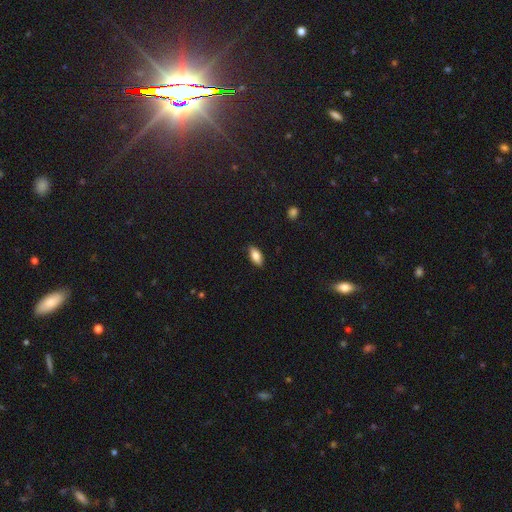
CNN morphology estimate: Q: Smooth or featured?
A: smooth (82%); runner-up: featured or disk (11%)
Q: How rounded?
A: in between (89%); runner-up: cigar-shaped (8%)
Q: Merging?
A: none (86%); runner-up: minor disturbance (11%)